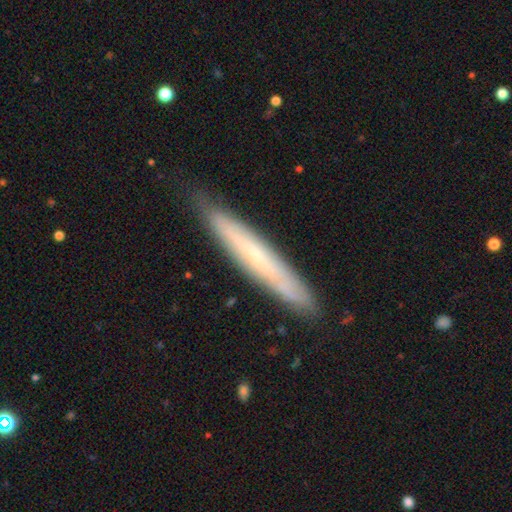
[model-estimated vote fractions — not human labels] A featured or disk galaxy (51%) viewed edge-on (81%). Merging: none (81%).